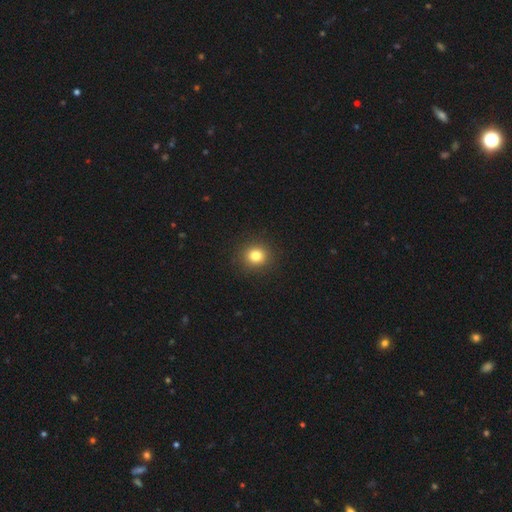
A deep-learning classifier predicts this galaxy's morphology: This is clearly a smooth galaxy (81%). How rounded: clearly round (88%). Merging: clearly none (92%).